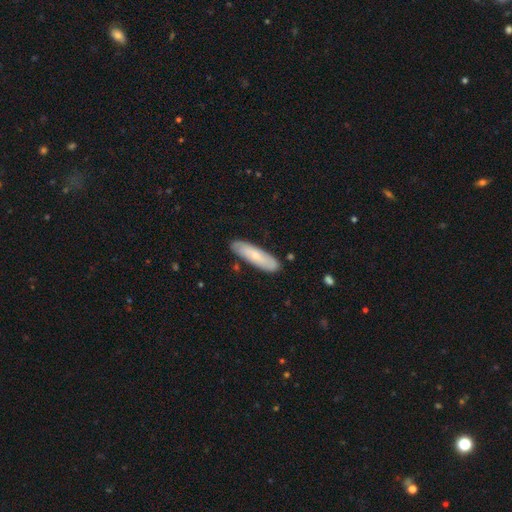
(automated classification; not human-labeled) Q: Smooth or featured?
A: smooth (61%); runner-up: featured or disk (33%)
Q: How rounded?
A: cigar-shaped (67%); runner-up: in between (31%)
Q: Merging?
A: none (84%); runner-up: minor disturbance (12%)